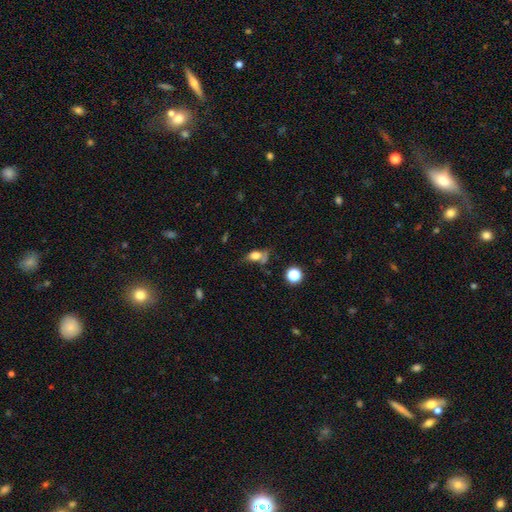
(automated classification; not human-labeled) Q: Smooth or featured?
A: smooth (71%); runner-up: featured or disk (15%)
Q: How rounded?
A: in between (75%); runner-up: round (19%)
Q: Merging?
A: none (45%); runner-up: minor disturbance (23%)